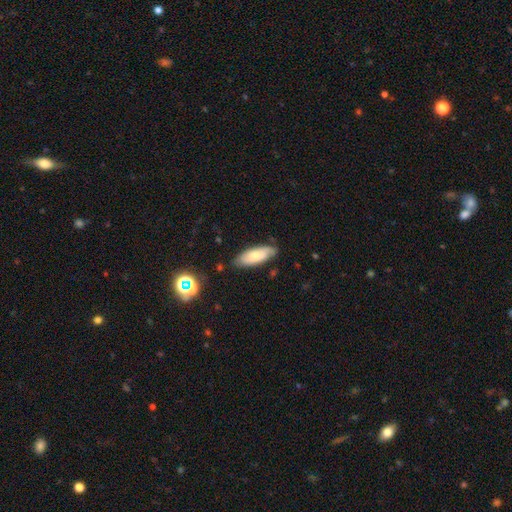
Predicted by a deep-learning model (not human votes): The model was most divided on "how rounded": in between: 70%, cigar-shaped: 28%, round: 2%. More confident: merging — none (76%); smooth or featured — smooth (71%).